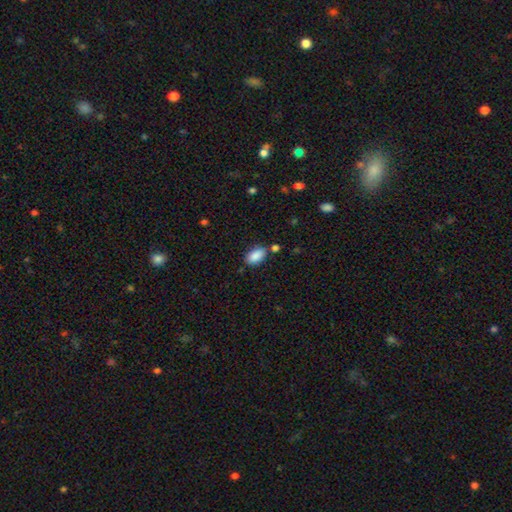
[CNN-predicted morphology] type=smooth (88%); roundness=in between (93%); merging=none (76%).